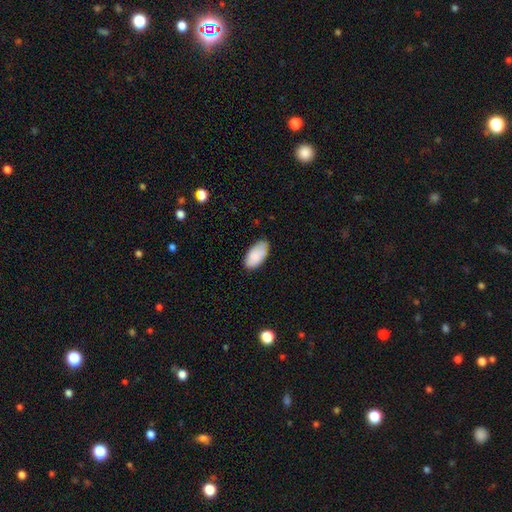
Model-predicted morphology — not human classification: type=smooth (87%); roundness=in between (95%); merging=none (79%).